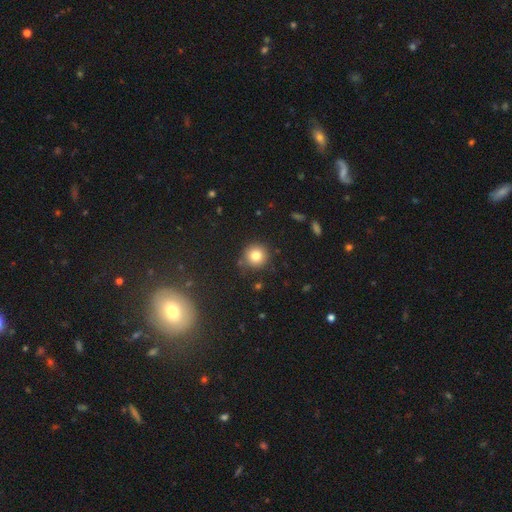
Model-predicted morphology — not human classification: smooth 79%, star or artifact 13%, featured or disk 8%. Down the decision tree: how rounded — round (94%); merging — none (85%).